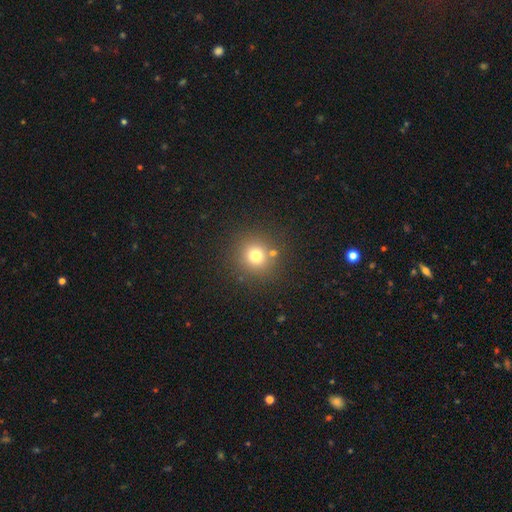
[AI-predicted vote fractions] This is likely a smooth galaxy (74%). How rounded: clearly round (93%). Merging: clearly none (83%).